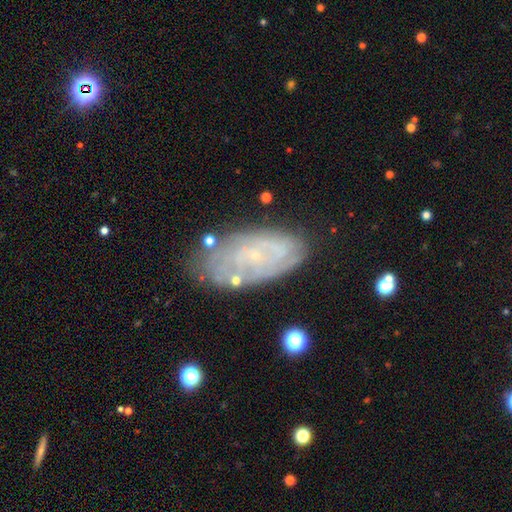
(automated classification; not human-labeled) This appears to be a featured or disk galaxy (69%) with no bar (79%), spiral arms (74%) and a small central bulge (82%). Merging: none (70%).